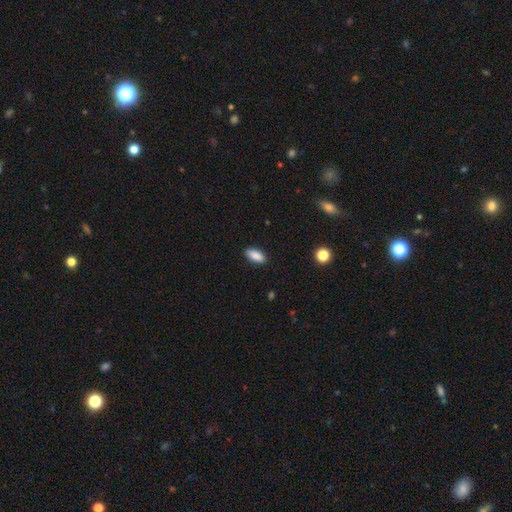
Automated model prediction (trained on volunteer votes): smooth 88%, star or artifact 7%, featured or disk 5%. Down the decision tree: how rounded — in between (85%); merging — none (88%).